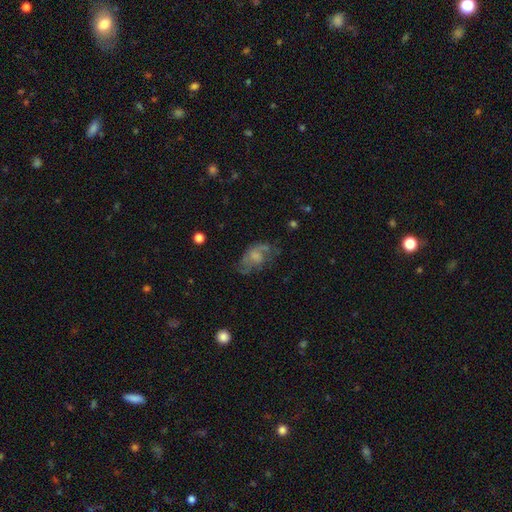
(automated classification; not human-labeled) This is possibly a featured or disk galaxy (56%). It is clearly not viewed edge-on (96%). Bar: likely no (65%). Spiral arm pattern: likely yes (71%). Central bulge: marginally none (33%). Merging: possibly none (50%).